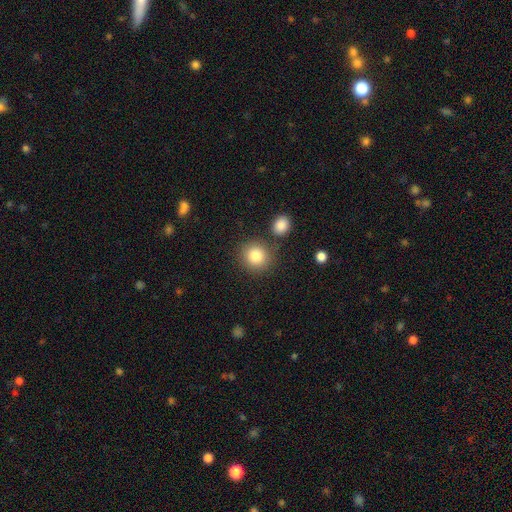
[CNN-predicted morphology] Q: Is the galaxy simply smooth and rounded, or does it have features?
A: smooth — 85%.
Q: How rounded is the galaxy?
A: round — 88%.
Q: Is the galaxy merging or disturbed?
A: none — 79%.